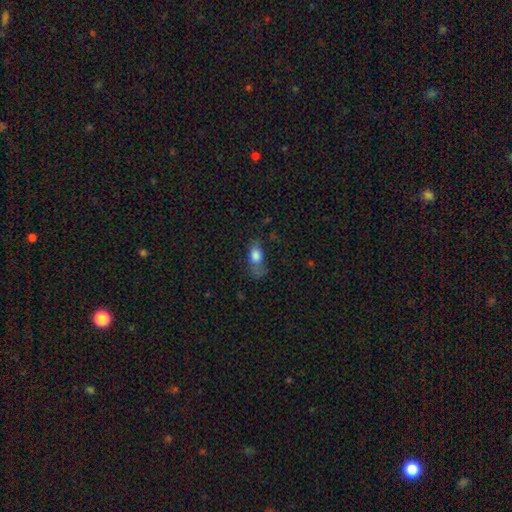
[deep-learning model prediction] Morphology: type=smooth (76%); roundness=in between (75%); merging=none (38%).